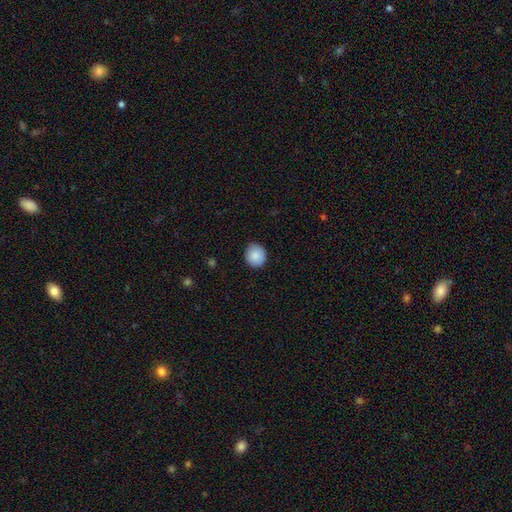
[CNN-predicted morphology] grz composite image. It shows a smooth galaxy with no disk features (88%) that is round (85%). Merging: none (88%).